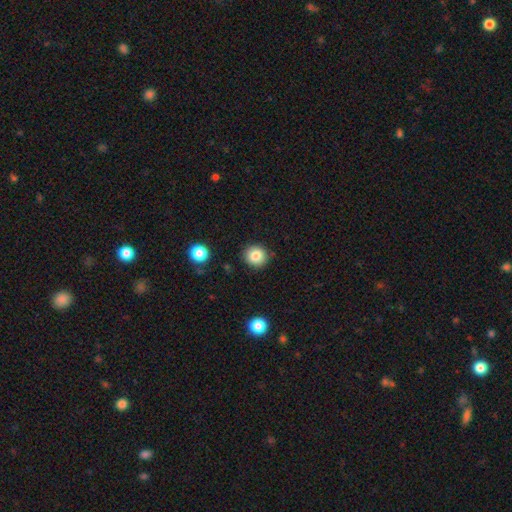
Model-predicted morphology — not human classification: smooth 84%, star or artifact 10%, featured or disk 6%. Down the decision tree: how rounded — round (90%); merging — none (89%).